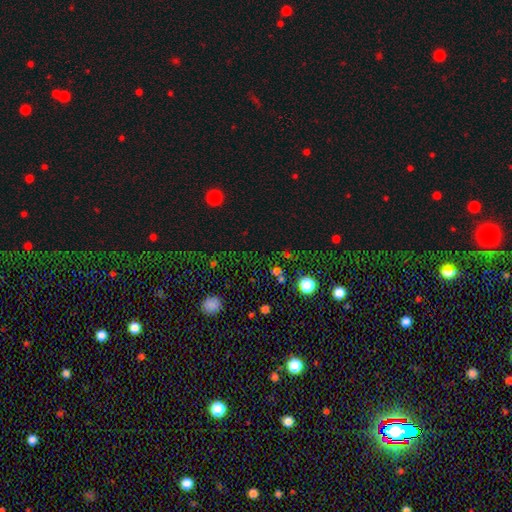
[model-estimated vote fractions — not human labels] Smooth or featured? star or artifact (71%)